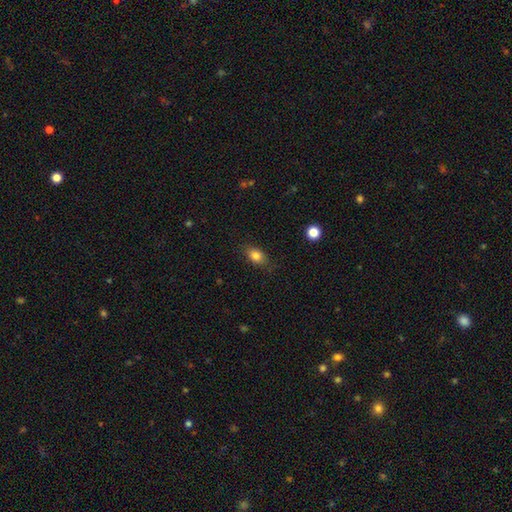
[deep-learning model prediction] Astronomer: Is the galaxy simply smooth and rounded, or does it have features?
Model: smooth — 81%.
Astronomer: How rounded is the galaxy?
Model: in between — 78%.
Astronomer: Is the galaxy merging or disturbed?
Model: none — 79%.